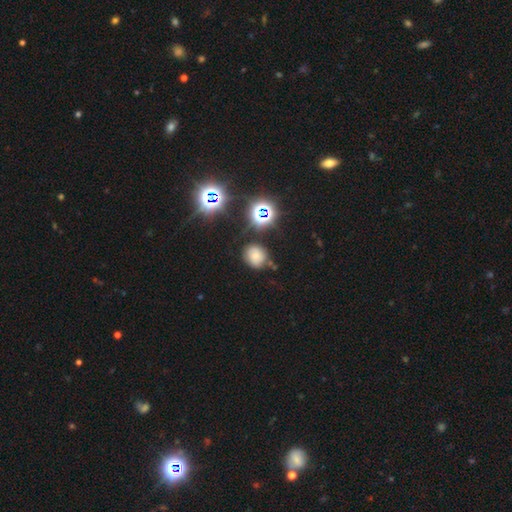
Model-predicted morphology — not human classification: Smooth or featured?
  - smooth: 63% *
  - star or artifact: 24%
  - featured or disk: 13%
How rounded?
  - round: 78% *
  - in between: 21%
  - cigar-shaped: 1%
Merging?
  - none: 73% *
  - minor disturbance: 16%
  - merger: 5%
  - major disturbance: 5%